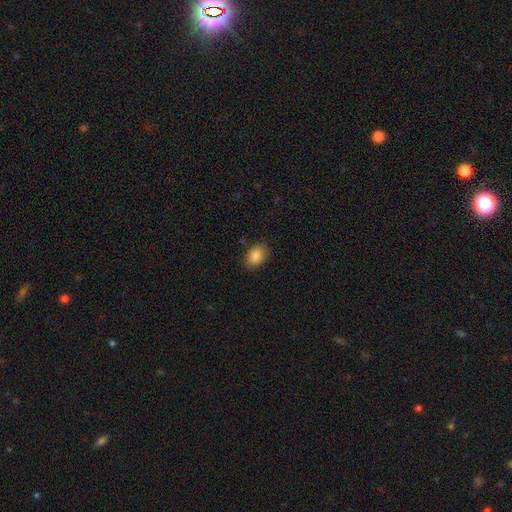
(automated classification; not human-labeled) Overall: smooth (88%). How rounded: in between (83%). Merging: none (81%).